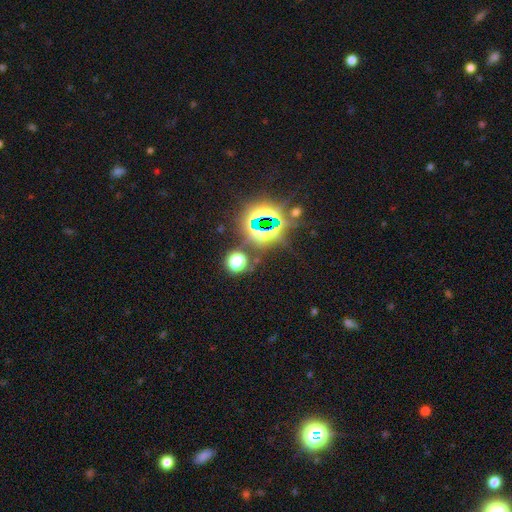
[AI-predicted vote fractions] This appears to be a star or artifact, not a galaxy (76%).